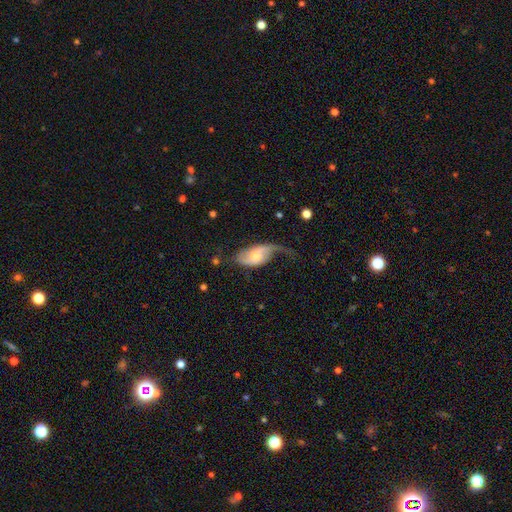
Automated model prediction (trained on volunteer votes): Overall: featured or disk (68%). Edge-on disk: no (94%). Bar: no (61%; weak 31%). Spiral arms: yes (88%). Spiral arm count: 2 (59%; 1 32%). Spiral winding: loose (67%). Bulge size: moderate (59%; small 31%). Merging: major disturbance (36%; none 32%).